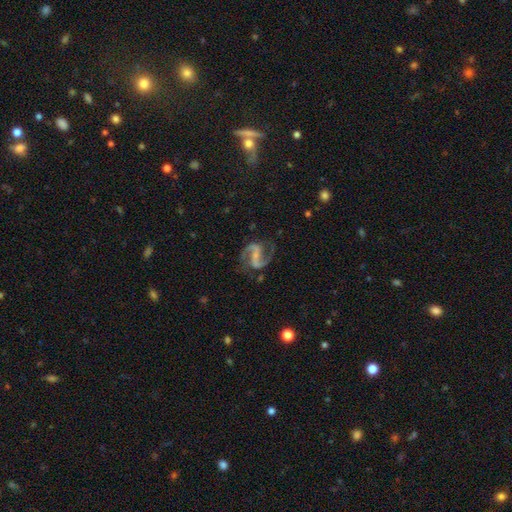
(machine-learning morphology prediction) Smooth or featured? Predicted: featured or disk (p=0.93). Edge-on disk? Predicted: no (p=0.98). Bar? Predicted: strong (p=0.42). Spiral arms? Predicted: yes (p=0.98). Spiral winding? Predicted: medium (p=0.57). Spiral arm count? Predicted: 2 (p=0.94). Bulge size? Predicted: small (p=0.58). Merging? Predicted: none (p=0.77).